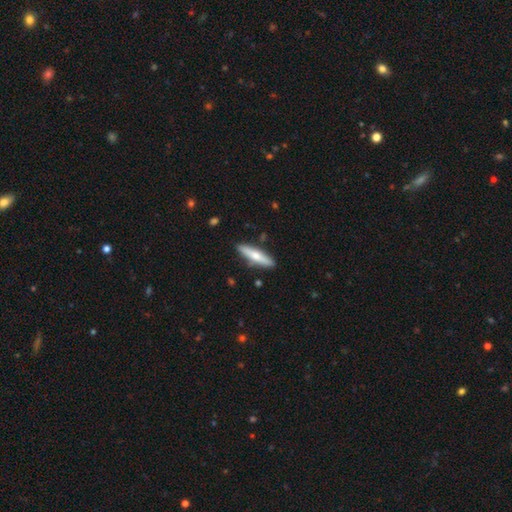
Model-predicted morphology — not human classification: A smooth galaxy with no disk features (58%) that is cigar-shaped (82%). Merging: none (86%).